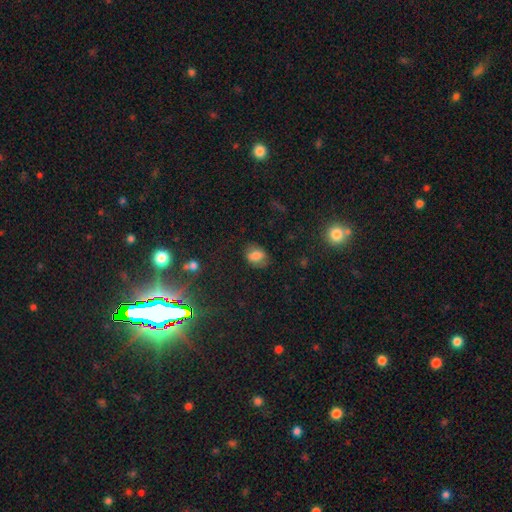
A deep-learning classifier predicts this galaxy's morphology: smooth 74%, featured or disk 14%, star or artifact 12%. Down the decision tree: how rounded — in between (69%); merging — none (72%).